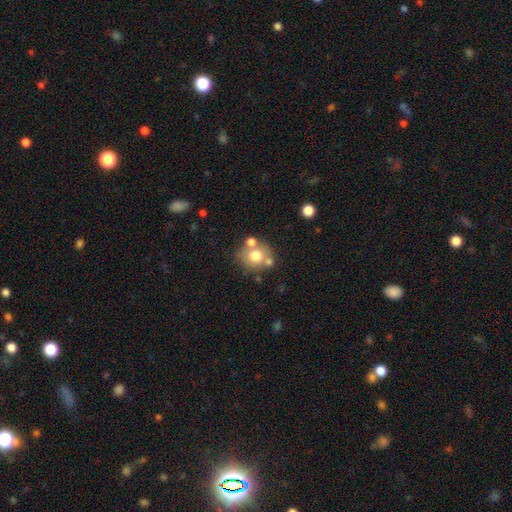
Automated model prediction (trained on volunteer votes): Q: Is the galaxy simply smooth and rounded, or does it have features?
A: smooth — 68%.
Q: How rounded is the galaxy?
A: round — 77%.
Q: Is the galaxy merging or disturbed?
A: none — 61%.